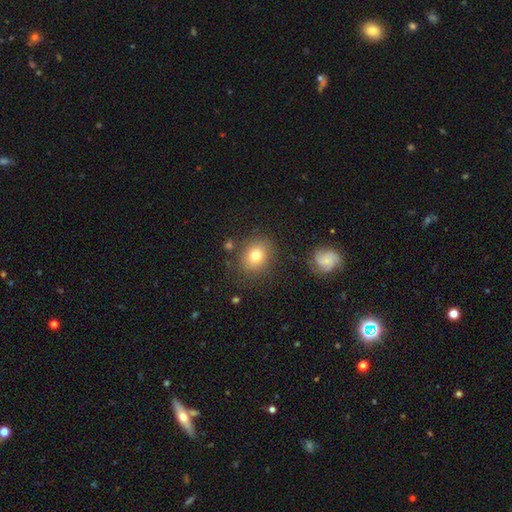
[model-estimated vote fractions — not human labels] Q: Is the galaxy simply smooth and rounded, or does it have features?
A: smooth — 77%.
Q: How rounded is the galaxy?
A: round — 61%.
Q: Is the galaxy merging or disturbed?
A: none — 81%.